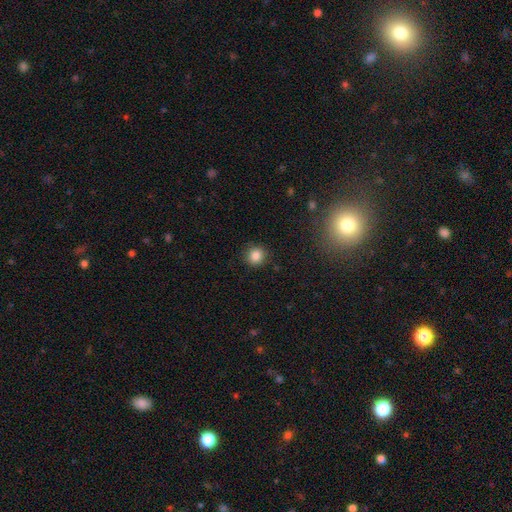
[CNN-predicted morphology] type=smooth (85%); roundness=round (91%); merging=none (89%).